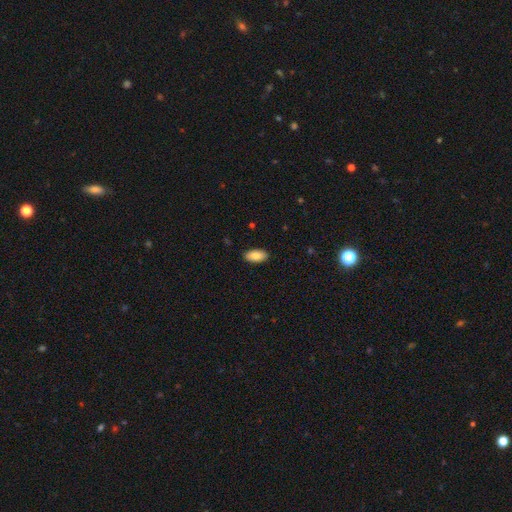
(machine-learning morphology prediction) This appears to be a smooth galaxy with no disk features (85%) that is in between round and cigar-shaped (94%). Merging: none (89%).